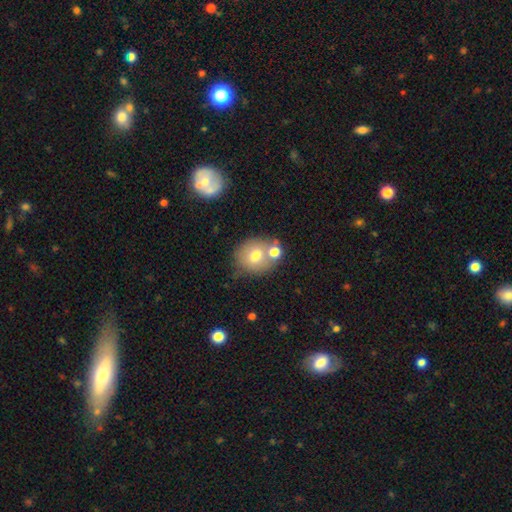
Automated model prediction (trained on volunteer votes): Overall: smooth (69%). How rounded: round (76%). Merging: none (56%; merger 27%).